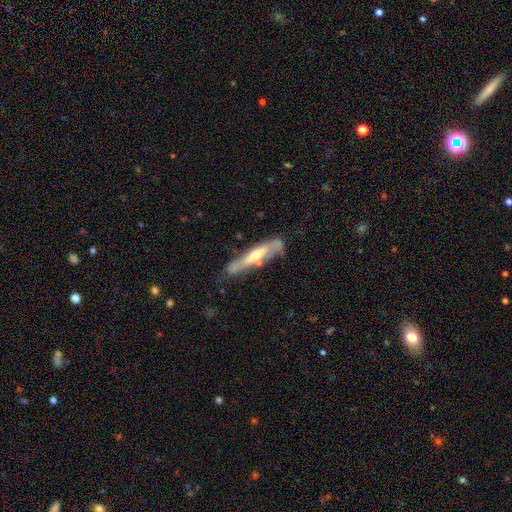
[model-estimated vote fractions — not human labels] smooth_or_featured: featured or disk (p=0.59) [alt: smooth p=0.36]
disk_edge_on: yes (p=0.64) [alt: no p=0.36]
merging: none (p=0.55) [alt: minor disturbance p=0.27]